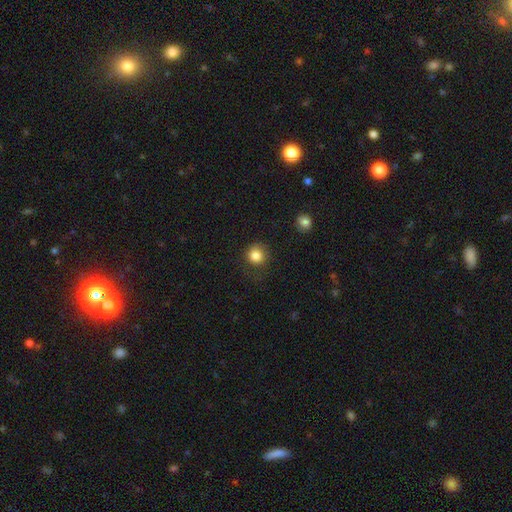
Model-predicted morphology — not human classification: smooth_or_featured: smooth (p=0.84) [alt: star or artifact p=0.11]
how_rounded: round (p=0.89) [alt: in between p=0.10]
merging: none (p=0.76) [alt: minor disturbance p=0.16]